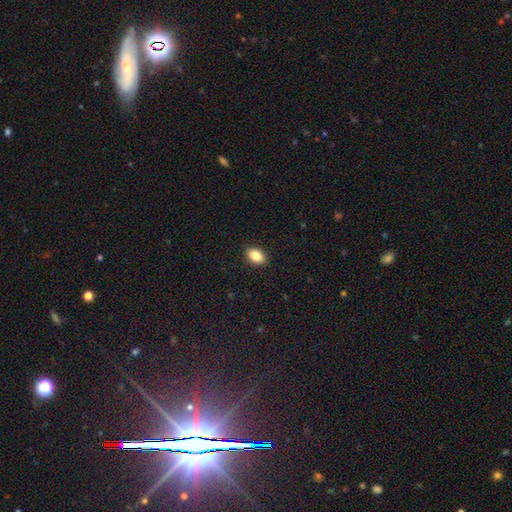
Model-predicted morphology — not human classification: smooth-or-featured: smooth: 84% | star or artifact: 8% | featured or disk: 8%
  how-rounded: in between: 88% | round: 10% | cigar-shaped: 2%
  merging: none: 90% | minor disturbance: 7% | major disturbance: 2% | merger: 1%